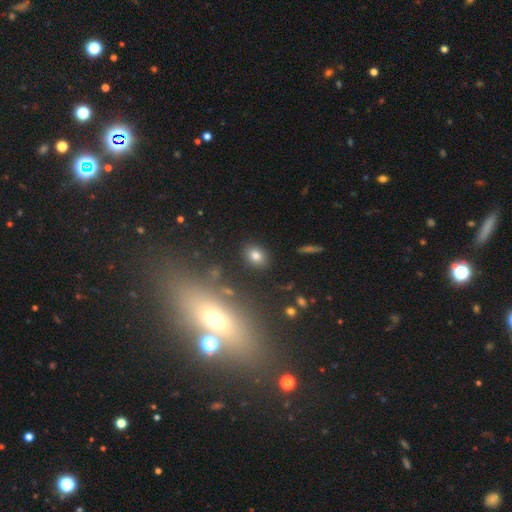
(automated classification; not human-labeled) smooth 77%, star or artifact 14%, featured or disk 9%. Down the decision tree: how rounded — in between (56%); merging — none (87%).